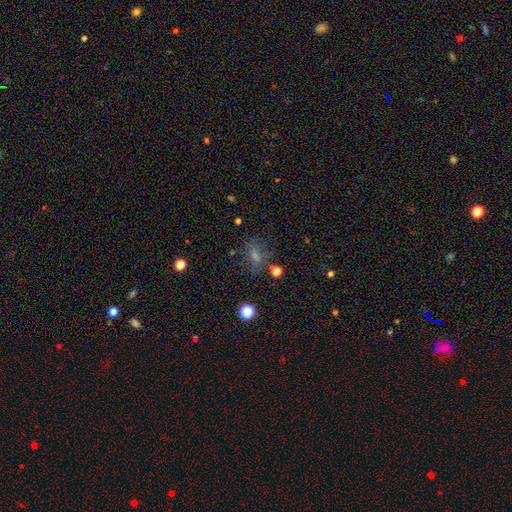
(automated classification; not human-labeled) Smooth or featured? Predicted: smooth (p=0.58). How rounded? Predicted: in between (p=0.67). Merging? Predicted: none (p=0.60).